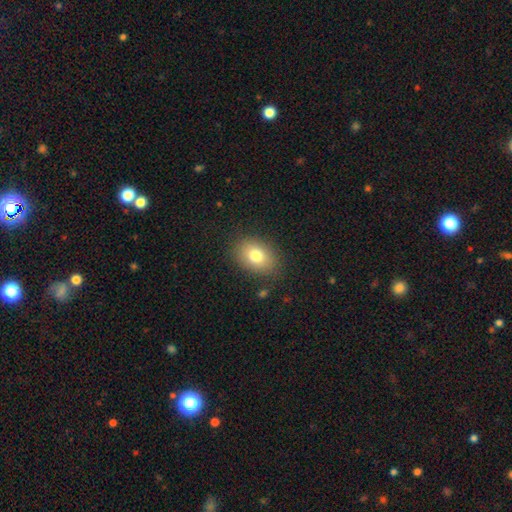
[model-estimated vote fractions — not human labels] This is likely a smooth galaxy (79%). How rounded: likely in between (72%). Merging: clearly none (84%).